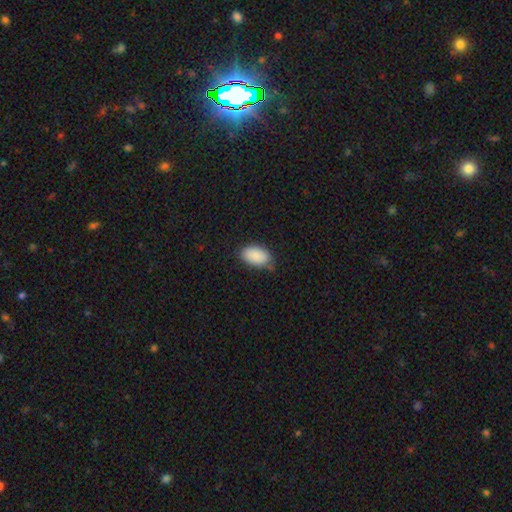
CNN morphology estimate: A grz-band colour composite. It shows a smooth galaxy with no disk features (88%) that is in between round and cigar-shaped (94%). Merging: none (69%).